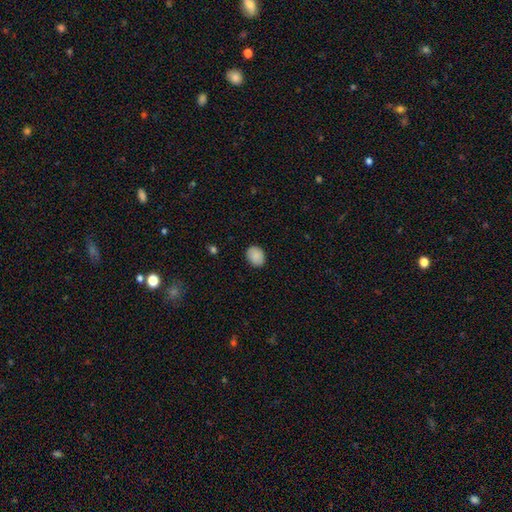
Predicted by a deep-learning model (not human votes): The model was most divided on "how rounded": in between: 55%, round: 44%, cigar-shaped: 1%. More confident: smooth or featured — smooth (87%); merging — none (87%).